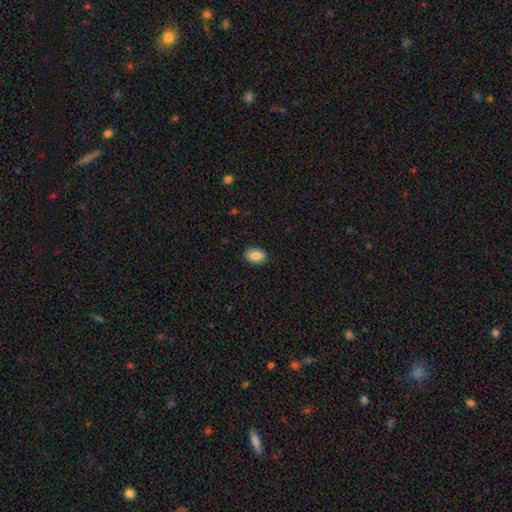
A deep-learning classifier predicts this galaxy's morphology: This is clearly a smooth galaxy (86%). How rounded: clearly in between (86%). Merging: clearly none (90%).